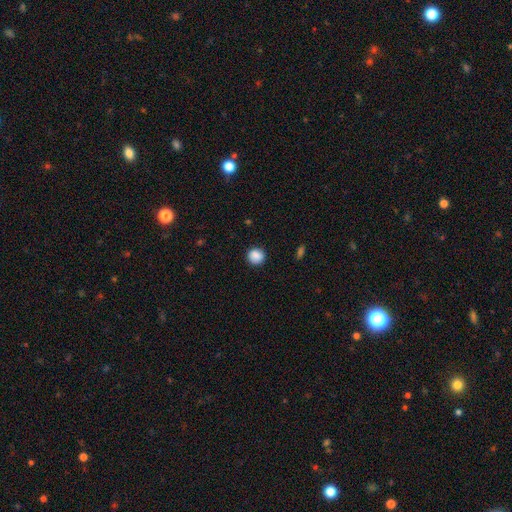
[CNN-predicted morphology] smooth 88%, star or artifact 9%, featured or disk 3%. Down the decision tree: how rounded — round (91%); merging — none (90%).